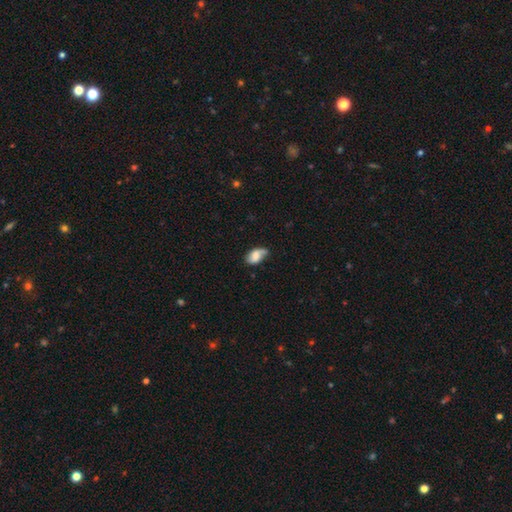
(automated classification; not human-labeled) This is likely a smooth galaxy (63%). How rounded: clearly in between (90%). Merging: possibly none (48%).